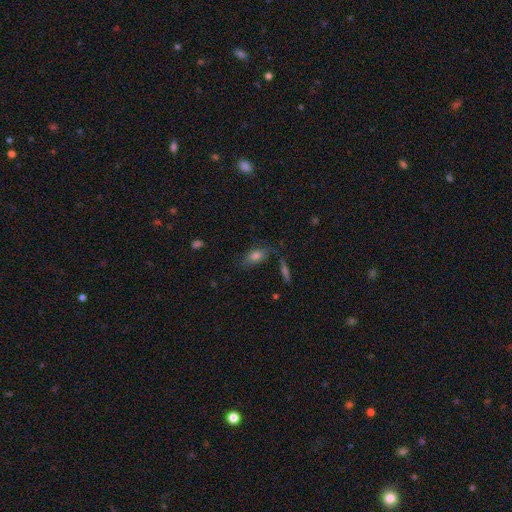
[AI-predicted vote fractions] Morphology: type=smooth (73%); roundness=in between (81%); merging=none (69%).